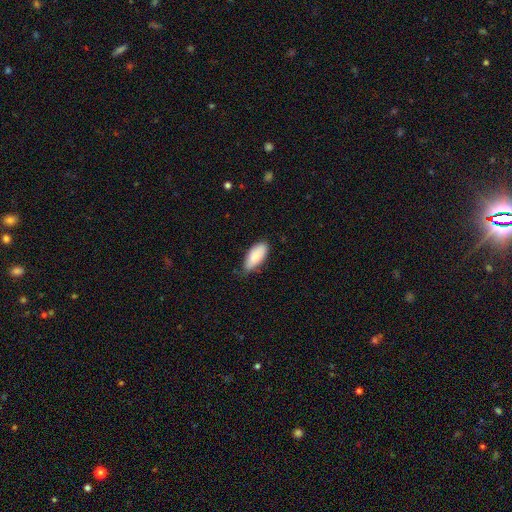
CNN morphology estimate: type=smooth (86%); roundness=in between (87%); merging=none (65%).